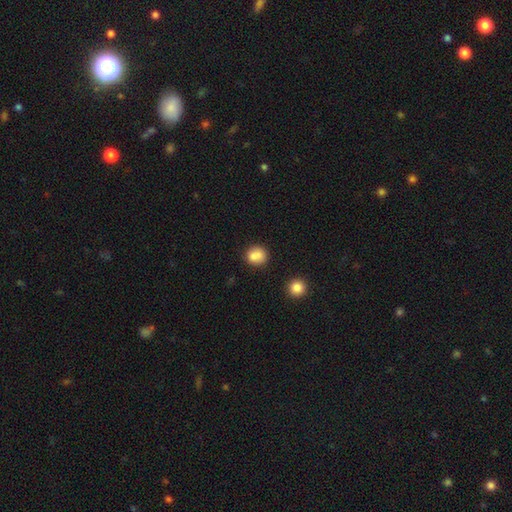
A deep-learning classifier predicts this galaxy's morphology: This is clearly a smooth galaxy (84%). How rounded: likely round (77%). Merging: likely none (74%).